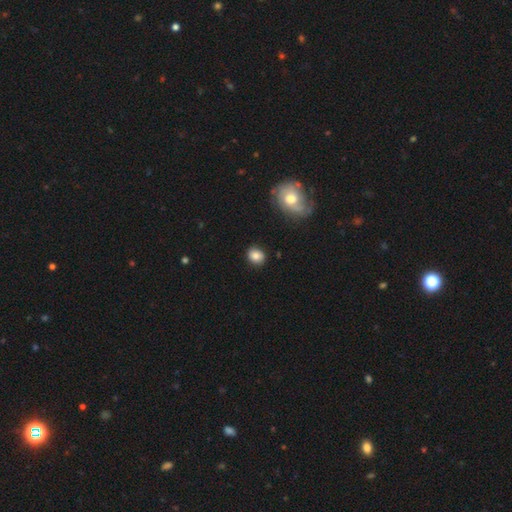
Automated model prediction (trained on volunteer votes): Morphology: type=smooth (81%); roundness=round (69%); merging=none (86%).